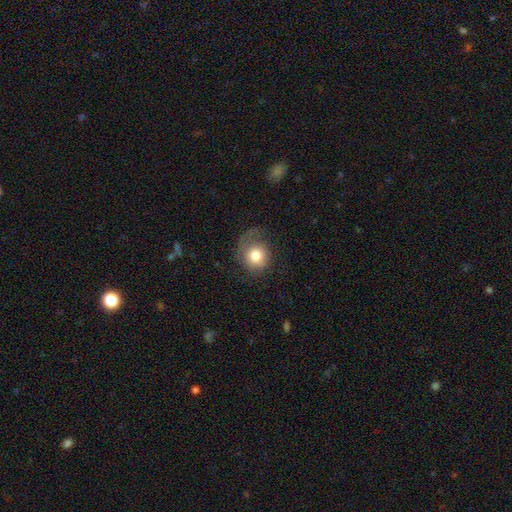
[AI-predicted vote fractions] smooth-or-featured: smooth: 74% | featured or disk: 18% | star or artifact: 8%
  how-rounded: round: 78% | in between: 21% | cigar-shaped: 1%
  merging: none: 49% | minor disturbance: 26% | major disturbance: 23% | merger: 2%